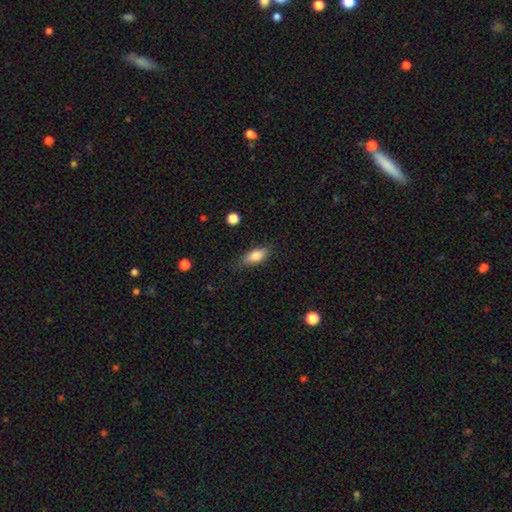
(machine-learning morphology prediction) Smooth or featured? smooth (82%)
How rounded? in between (78%)
Merging? none (79%)